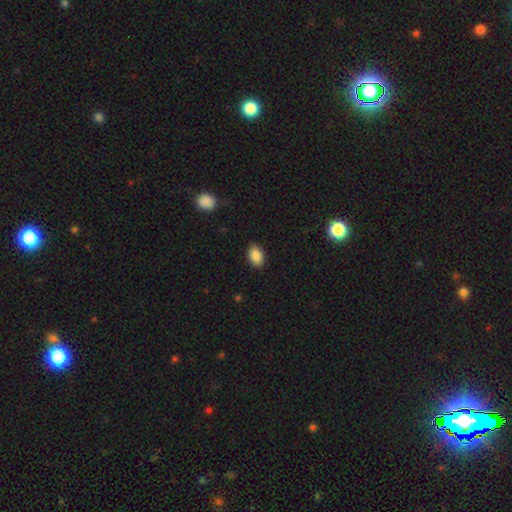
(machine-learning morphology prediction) smooth 88%, star or artifact 7%, featured or disk 5%. Down the decision tree: how rounded — in between (89%); merging — none (89%).